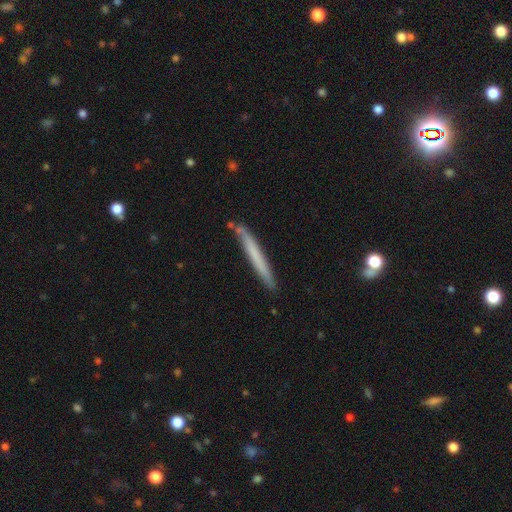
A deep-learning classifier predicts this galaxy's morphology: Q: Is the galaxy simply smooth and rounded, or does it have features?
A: smooth — 61%.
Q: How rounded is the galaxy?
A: cigar-shaped — 97%.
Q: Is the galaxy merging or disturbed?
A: none — 83%.